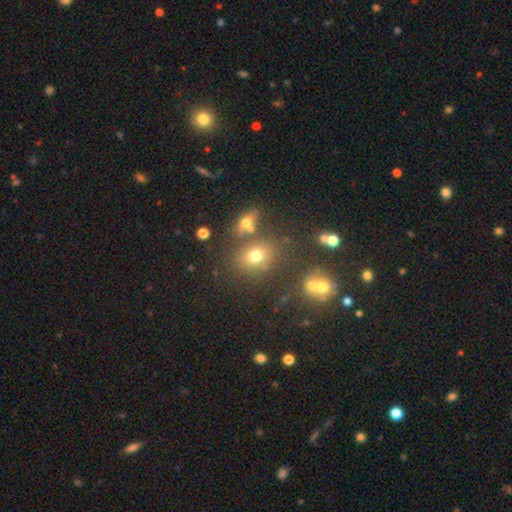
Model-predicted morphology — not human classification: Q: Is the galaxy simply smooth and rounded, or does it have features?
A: smooth — 67%.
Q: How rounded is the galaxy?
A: round — 57%.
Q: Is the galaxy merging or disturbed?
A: none — 67%.